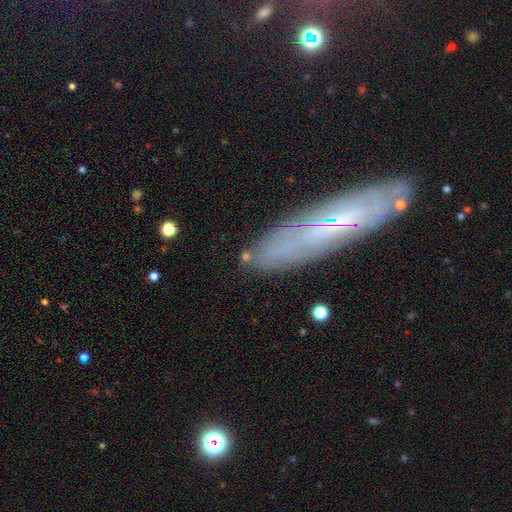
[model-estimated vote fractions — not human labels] Morphology: type=smooth (45%); merging=none (76%).